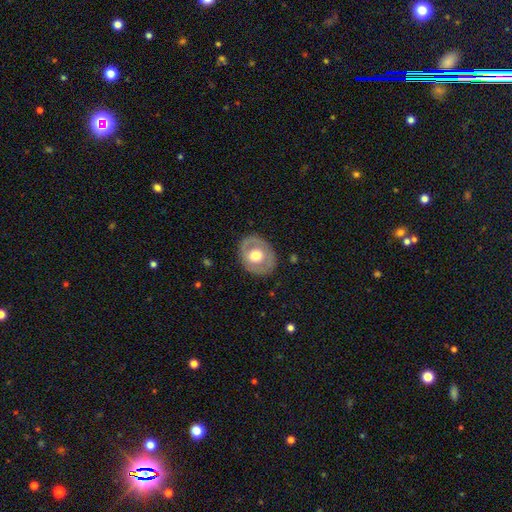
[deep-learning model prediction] Smooth or featured?
  - featured or disk: 50% *
  - smooth: 45%
  - star or artifact: 5%
Merging?
  - none: 82% *
  - minor disturbance: 12%
  - major disturbance: 4%
  - merger: 1%